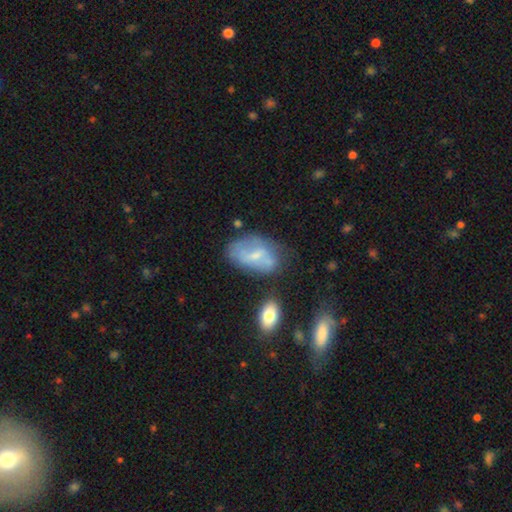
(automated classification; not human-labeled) Overall: featured or disk (49%; smooth 43%). Merging: none (50%; minor disturbance 28%).